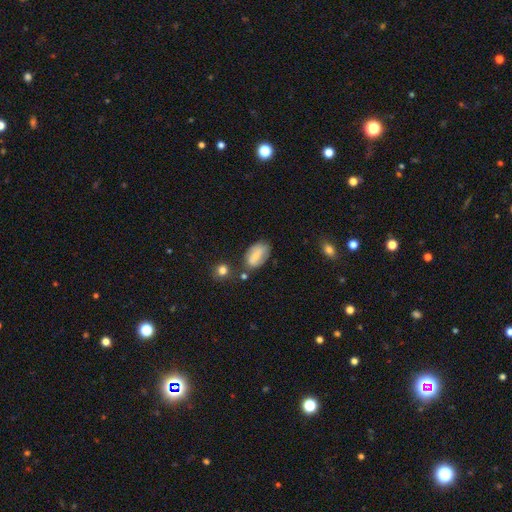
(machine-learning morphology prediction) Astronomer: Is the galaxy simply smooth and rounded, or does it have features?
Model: smooth — 66%.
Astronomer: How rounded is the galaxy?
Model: in between — 92%.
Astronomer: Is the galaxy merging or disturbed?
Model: none — 65%.